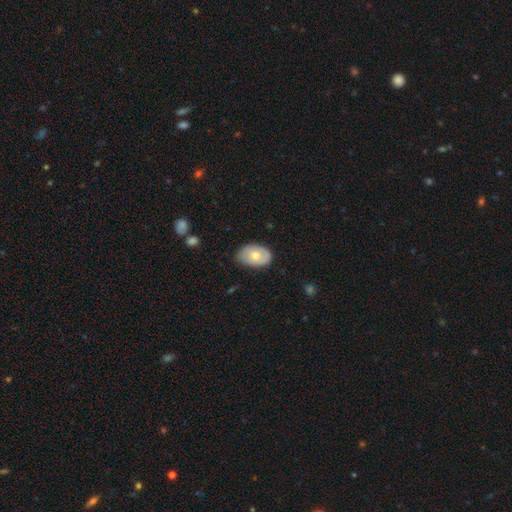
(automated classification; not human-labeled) smooth-or-featured: smooth: 63% | featured or disk: 31% | star or artifact: 6%
  how-rounded: in between: 88% | round: 10% | cigar-shaped: 1%
  merging: none: 71% | minor disturbance: 24% | major disturbance: 4% | merger: 1%